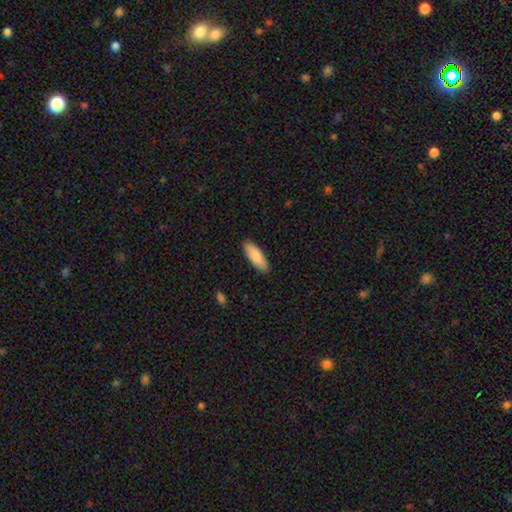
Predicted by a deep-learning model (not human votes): Overall: smooth (86%). How rounded: in between (68%; cigar-shaped 30%). Merging: none (89%).